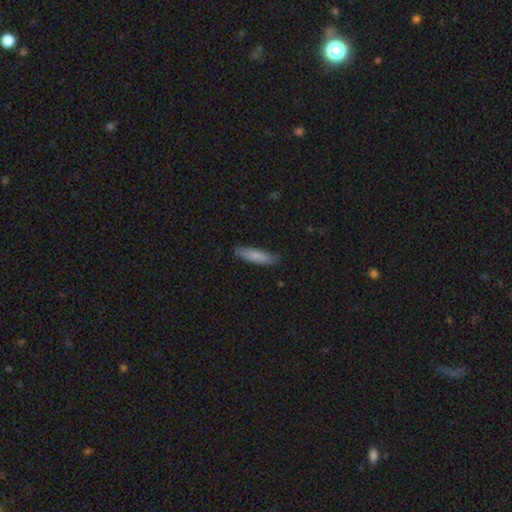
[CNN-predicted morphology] A smooth galaxy with no disk features (83%) that is cigar-shaped (77%).

Vote fractions:
- Smooth or featured? smooth: 83% / featured or disk: 11% / star or artifact: 6%
- How rounded? cigar-shaped: 77% / in between: 21% / round: 1%
- Merging? none: 85% / minor disturbance: 12% / major disturbance: 2% / merger: 1%